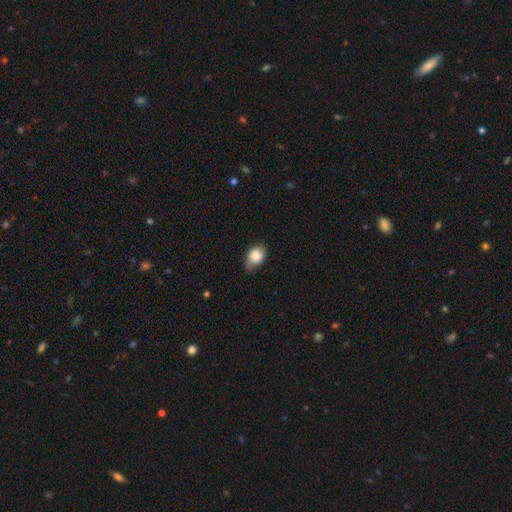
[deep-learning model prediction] Smooth or featured?
  - smooth: 83% *
  - featured or disk: 9%
  - star or artifact: 8%
How rounded?
  - in between: 68% *
  - round: 31%
  - cigar-shaped: 1%
Merging?
  - none: 53% *
  - minor disturbance: 38%
  - major disturbance: 8%
  - merger: 2%